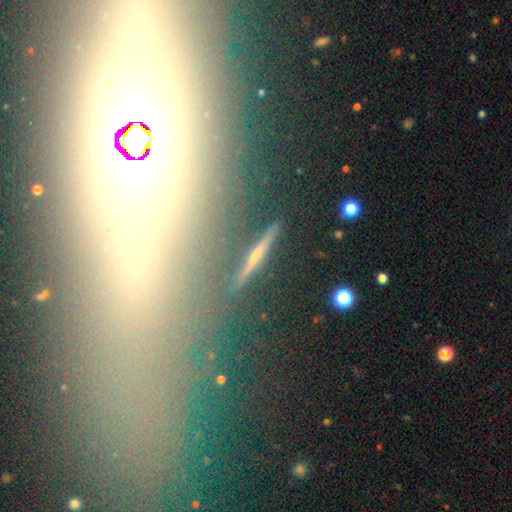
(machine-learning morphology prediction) The model was most divided on "smooth or featured": featured or disk: 53%, smooth: 27%, star or artifact: 20%. More confident: edge-on disk — yes (86%); merging — none (85%).